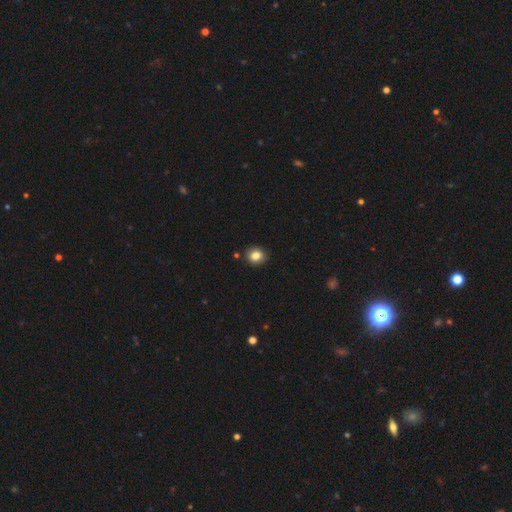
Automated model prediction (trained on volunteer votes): Smooth or featured?
  - smooth: 84% *
  - star or artifact: 10%
  - featured or disk: 6%
How rounded?
  - round: 75% *
  - in between: 24%
  - cigar-shaped: 1%
Merging?
  - none: 89% *
  - minor disturbance: 7%
  - merger: 2%
  - major disturbance: 2%